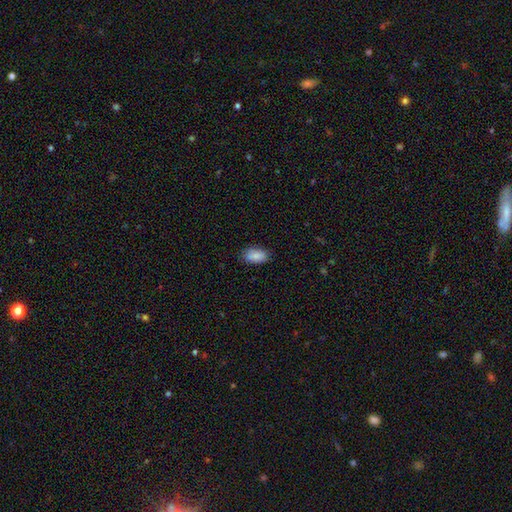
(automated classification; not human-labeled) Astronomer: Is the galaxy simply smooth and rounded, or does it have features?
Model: smooth — 86%.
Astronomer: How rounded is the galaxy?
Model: in between — 92%.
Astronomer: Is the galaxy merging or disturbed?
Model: none — 81%.